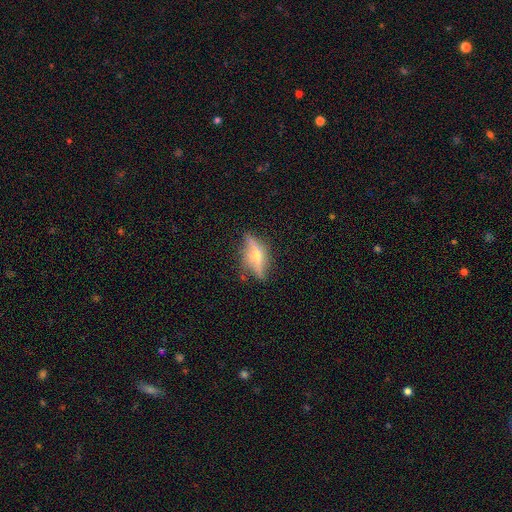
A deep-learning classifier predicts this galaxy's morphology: smooth-or-featured: featured or disk: 65% | smooth: 26% | star or artifact: 9%
  disk-edge-on: yes: 82% | no: 18%
    edge-on-bulge: rounded: 93% | boxy: 4% | none: 2%
  merging: none: 74% | minor disturbance: 18% | major disturbance: 5% | merger: 2%